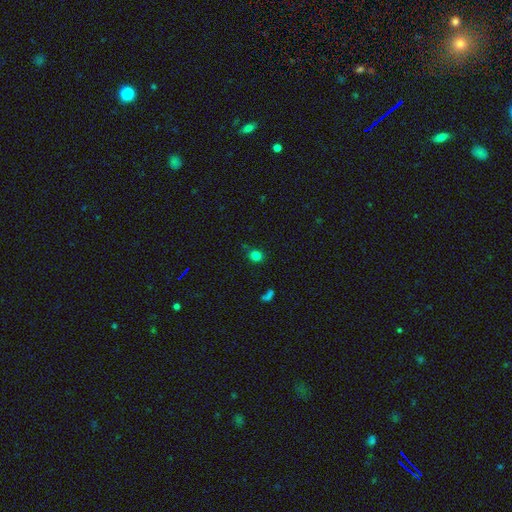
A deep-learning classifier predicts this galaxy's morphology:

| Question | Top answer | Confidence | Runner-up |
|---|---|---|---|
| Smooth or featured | smooth | 80% | star or artifact (15%) |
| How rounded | round | 78% | in between (20%) |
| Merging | none | 78% | minor disturbance (14%) |